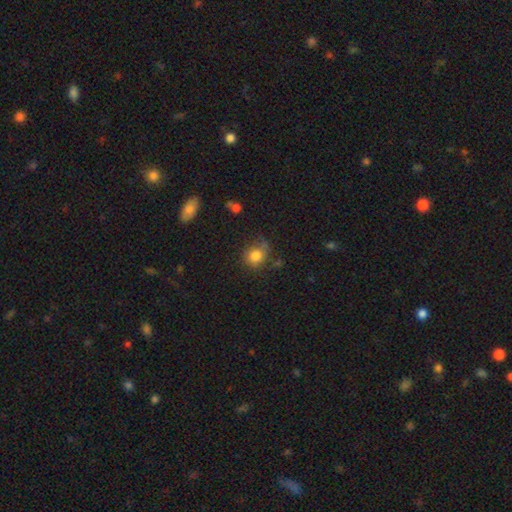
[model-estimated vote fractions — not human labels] This is clearly a smooth galaxy (80%). How rounded: likely round (72%). Merging: possibly none (58%).